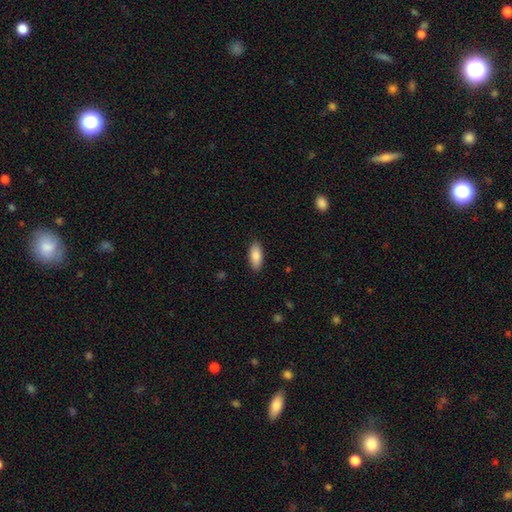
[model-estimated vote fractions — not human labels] Overall: smooth (87%). How rounded: in between (86%). Merging: none (88%).